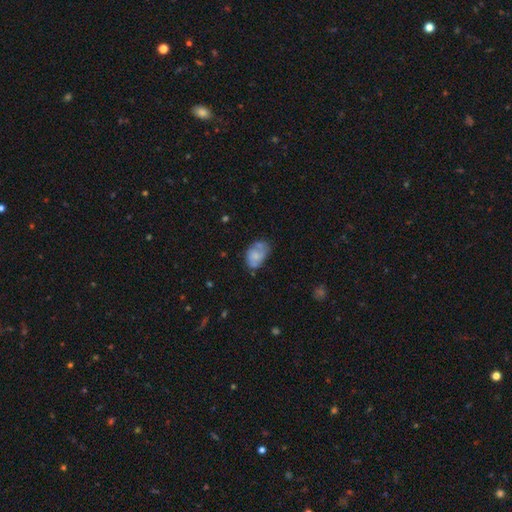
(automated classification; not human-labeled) The model was most divided on "merging": none: 47%, minor disturbance: 30%, major disturbance: 13%, merger: 9%. More confident: how rounded — in between (85%); smooth or featured — smooth (56%).